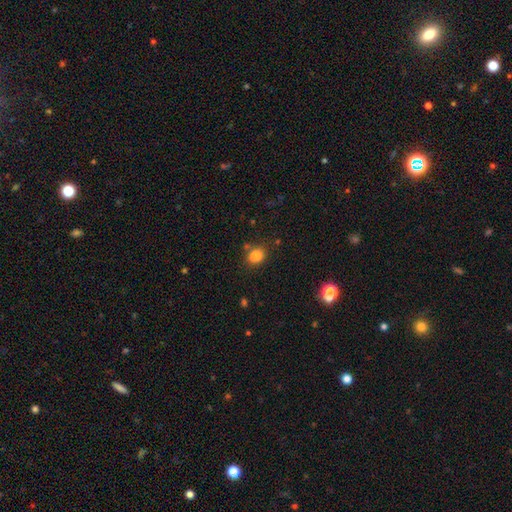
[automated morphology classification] Smooth or featured: smooth — 84% (star or artifact — 11%)
How rounded: round — 58% (in between — 41%)
Merging: none — 76% (minor disturbance — 13%)